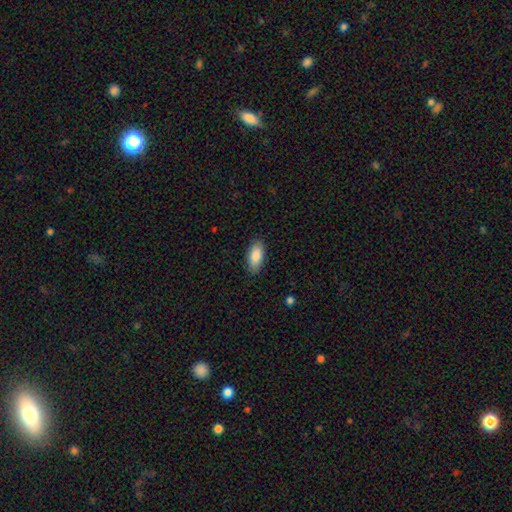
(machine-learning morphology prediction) smooth_or_featured: smooth (p=0.87) [alt: featured or disk p=0.07]
how_rounded: in between (p=0.88) [alt: cigar-shaped p=0.09]
merging: none (p=0.87) [alt: minor disturbance p=0.10]